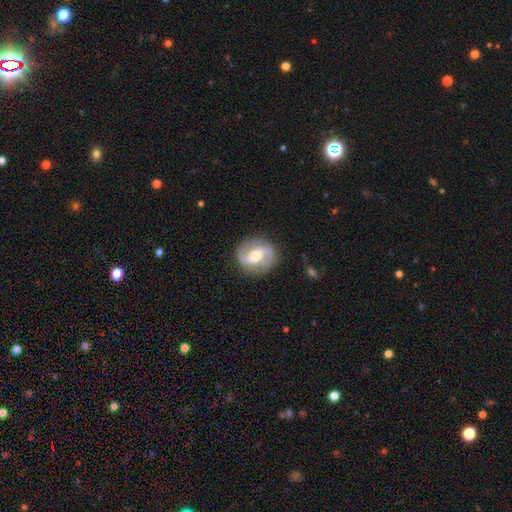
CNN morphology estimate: This is clearly a featured or disk galaxy (82%). It is clearly not viewed edge-on (97%). Bar: marginally weak (42%). Spiral arm pattern: clearly yes (93%). Spiral arm count: clearly 2 (91%). Spiral winding: possibly medium (49%). Central bulge: likely moderate (63%). Merging: clearly none (85%).